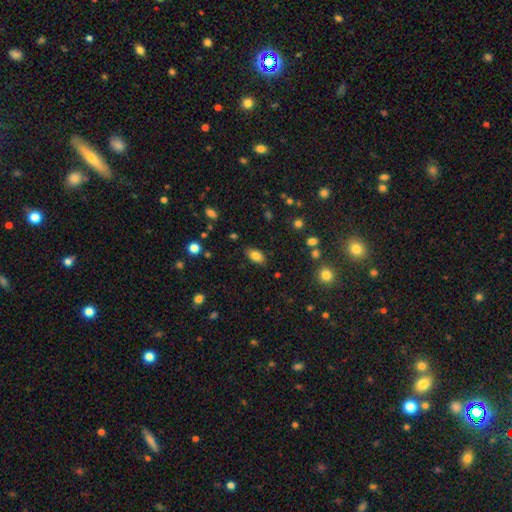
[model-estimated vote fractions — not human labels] A smooth galaxy with no disk features (81%) that is in between round and cigar-shaped (89%). Merging: none (84%).